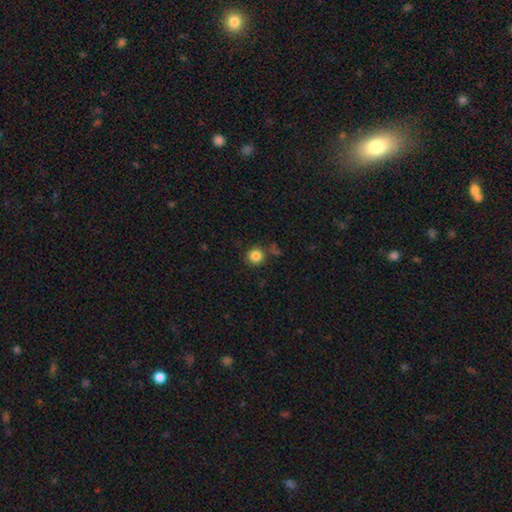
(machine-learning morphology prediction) Smooth or featured?
  - smooth: 84% *
  - star or artifact: 11%
  - featured or disk: 4%
How rounded?
  - round: 94% *
  - in between: 5%
  - cigar-shaped: 1%
Merging?
  - none: 82% *
  - minor disturbance: 10%
  - merger: 5%
  - major disturbance: 3%